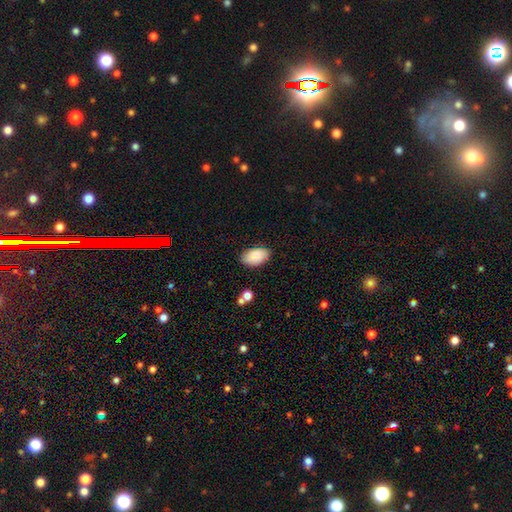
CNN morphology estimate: smooth 89%, star or artifact 6%, featured or disk 5%. Down the decision tree: how rounded — in between (94%); merging — none (84%).